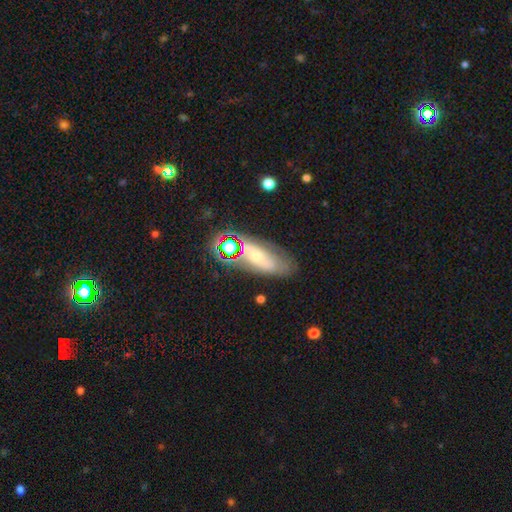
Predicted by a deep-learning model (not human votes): Morphology: type=featured or disk (42%); merging=none (58%).